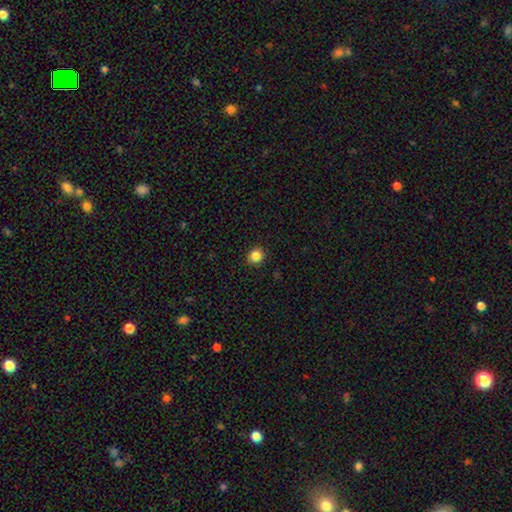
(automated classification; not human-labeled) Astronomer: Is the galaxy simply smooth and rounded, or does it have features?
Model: smooth — 85%.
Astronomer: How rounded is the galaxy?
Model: round — 86%.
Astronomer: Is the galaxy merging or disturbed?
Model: none — 91%.